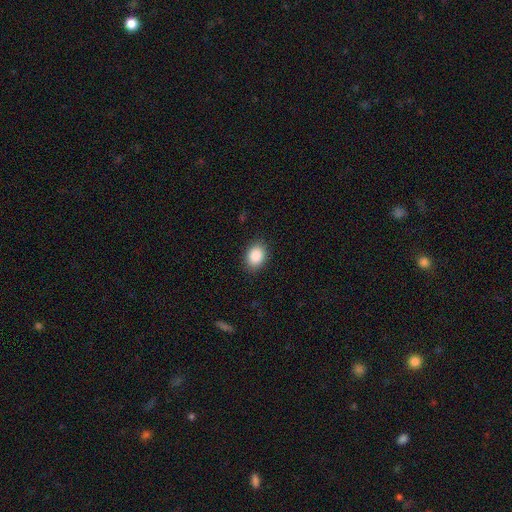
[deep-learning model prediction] A smooth galaxy with no disk features (89%) that is in between round and cigar-shaped (70%). Merging: none (88%).